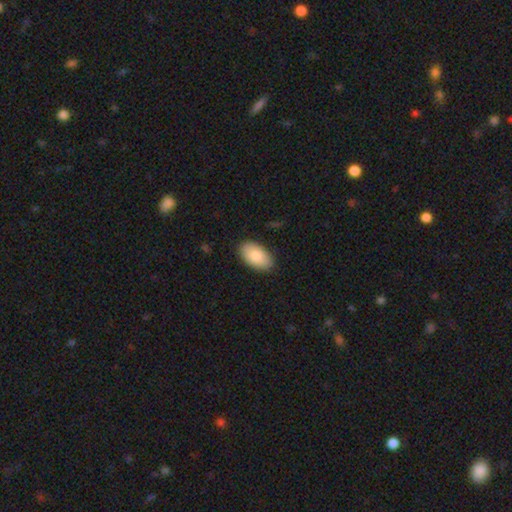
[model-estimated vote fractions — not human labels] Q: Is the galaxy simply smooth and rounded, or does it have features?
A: smooth — 85%.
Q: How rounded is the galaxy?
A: in between — 95%.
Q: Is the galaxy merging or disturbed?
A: none — 86%.